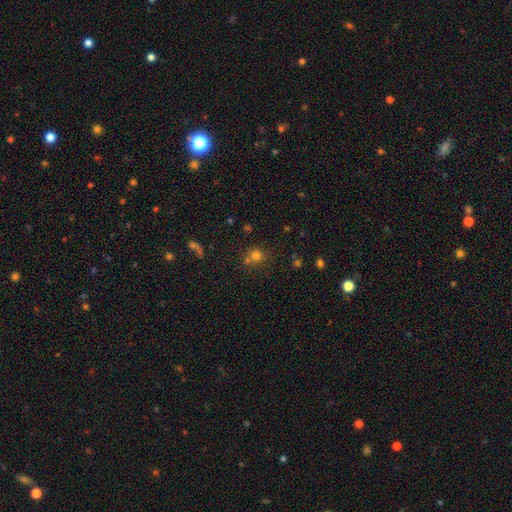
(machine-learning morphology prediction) The model was most divided on "merging": none: 61%, merger: 24%, minor disturbance: 10%, major disturbance: 5%. More confident: how rounded — round (85%); smooth or featured — smooth (72%).